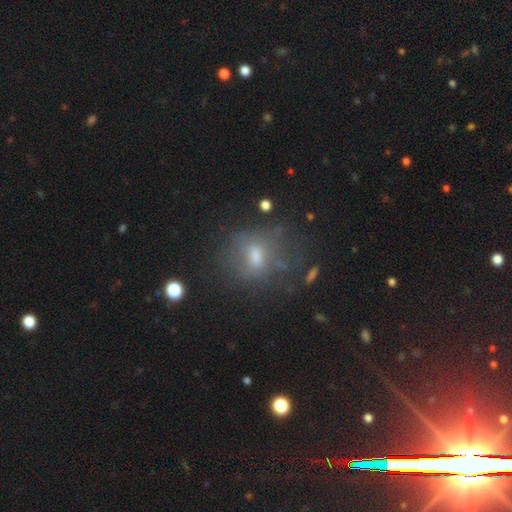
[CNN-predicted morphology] This is possibly a smooth galaxy (51%). How rounded: possibly in between (54%). Merging: possibly none (51%).